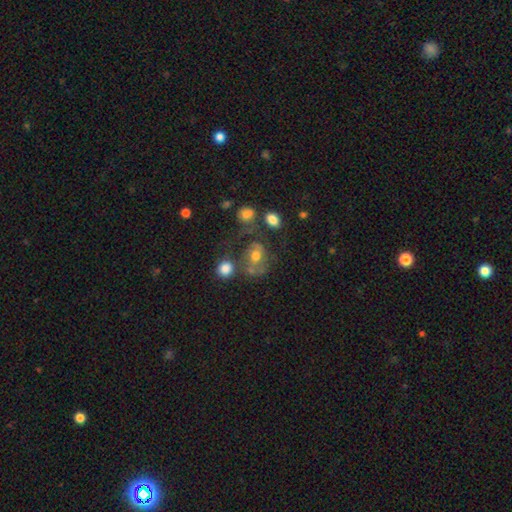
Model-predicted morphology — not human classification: Smooth or featured? Predicted: smooth (p=0.50). How rounded? Predicted: in between (p=0.52). Merging? Predicted: none (p=0.43).